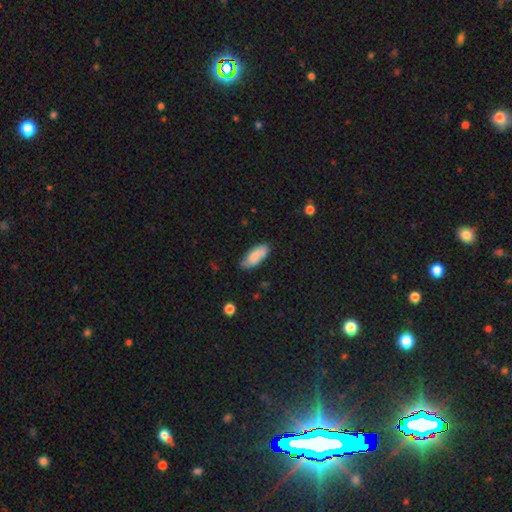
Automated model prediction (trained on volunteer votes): Morphology: type=smooth (79%); roundness=in between (82%); merging=none (75%).